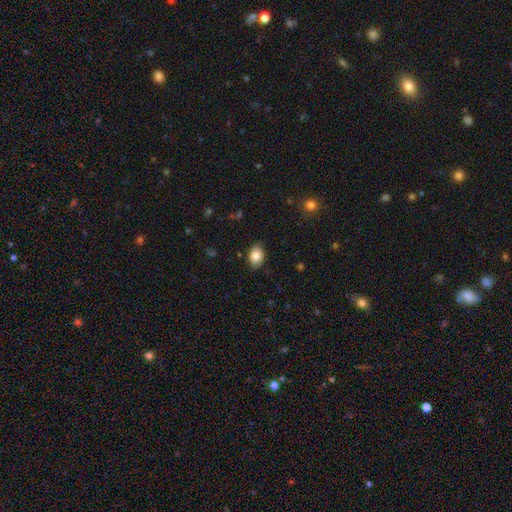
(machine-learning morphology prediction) Smooth or featured: smooth — 84% (featured or disk — 9%)
How rounded: in between — 76% (round — 23%)
Merging: none — 81% (minor disturbance — 15%)